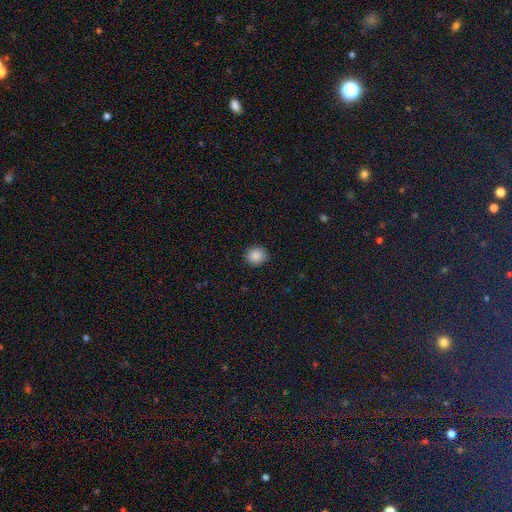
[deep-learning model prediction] A smooth galaxy with no disk features (88%) that is round (83%). Merging: none (90%).